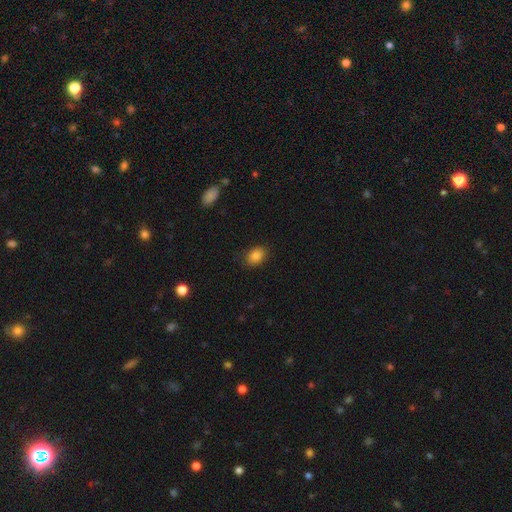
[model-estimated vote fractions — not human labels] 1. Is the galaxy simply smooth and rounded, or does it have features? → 85% smooth, 10% star or artifact, 5% featured or disk.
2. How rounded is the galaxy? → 76% in between, 23% round, 1% cigar-shaped.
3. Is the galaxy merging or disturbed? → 84% none, 12% minor disturbance, 3% major disturbance, 1% merger.